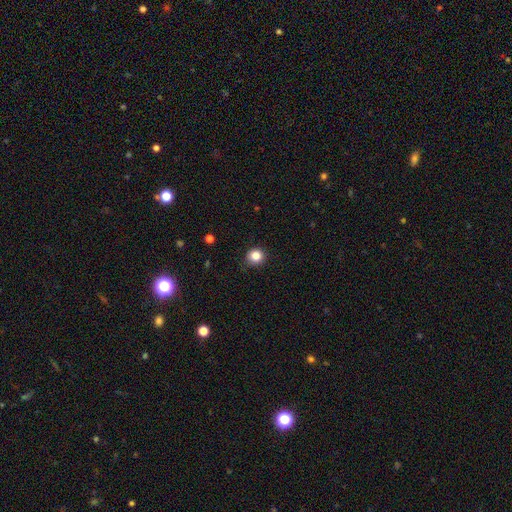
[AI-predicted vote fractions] A smooth galaxy with no disk features (84%) that is round (89%).

Vote fractions:
- Smooth or featured? smooth: 84% / star or artifact: 11% / featured or disk: 5%
- How rounded? round: 89% / in between: 10% / cigar-shaped: 1%
- Merging? none: 87% / minor disturbance: 10% / major disturbance: 2% / merger: 1%